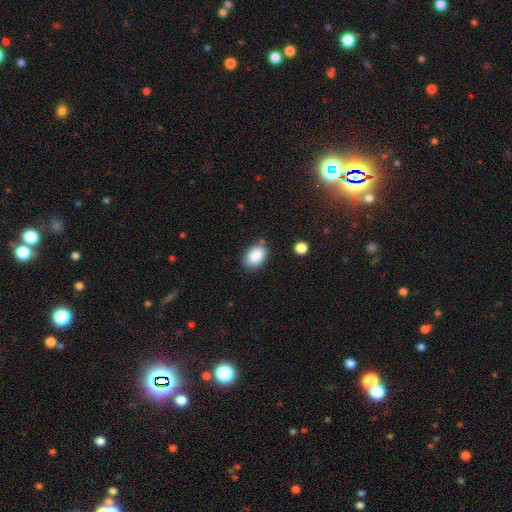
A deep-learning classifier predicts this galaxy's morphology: This appears to be a smooth galaxy with no disk features (88%) that is in between round and cigar-shaped (83%). Merging: none (79%).